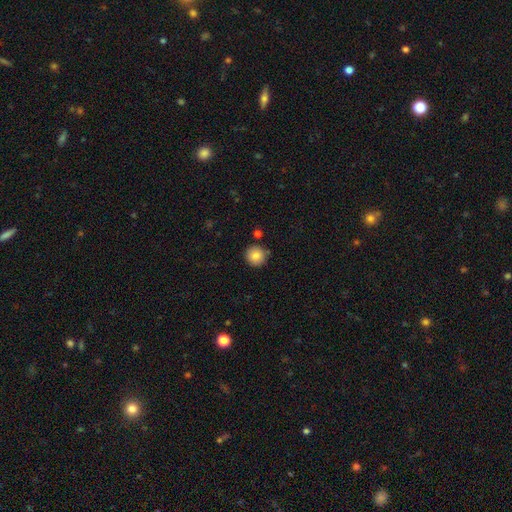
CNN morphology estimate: This is clearly a smooth galaxy (85%). How rounded: clearly round (94%). Merging: clearly none (87%).